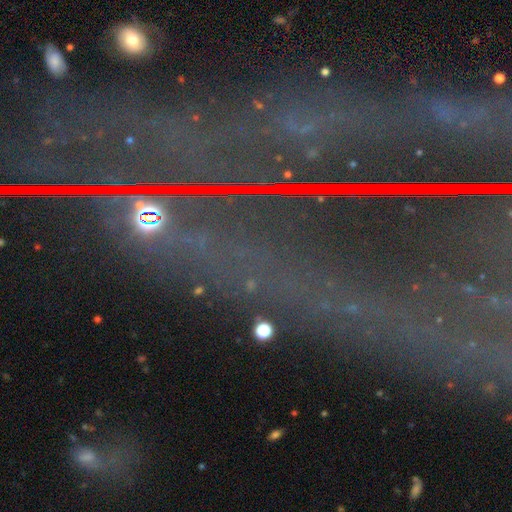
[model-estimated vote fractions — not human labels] Morphology: type=star or artifact (81%).